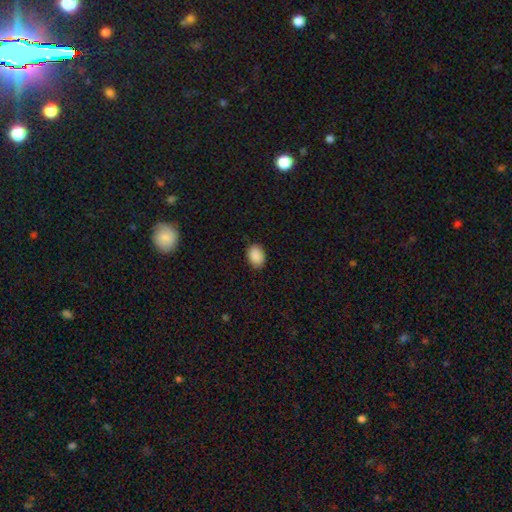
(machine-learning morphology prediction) smooth_or_featured: smooth (p=0.90) [alt: star or artifact p=0.07]
how_rounded: in between (p=0.75) [alt: round p=0.24]
merging: none (p=0.86) [alt: minor disturbance p=0.10]